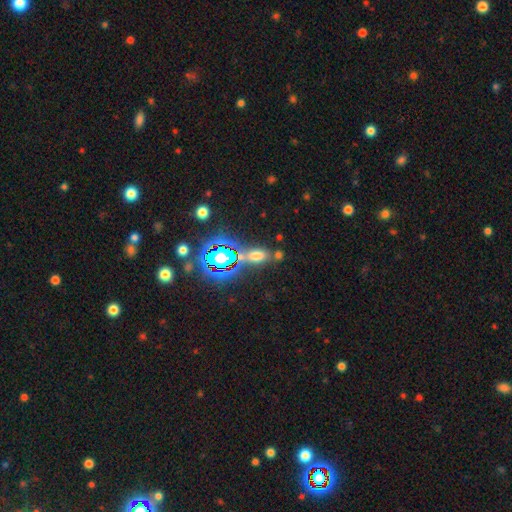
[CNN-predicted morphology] smooth 58%, star or artifact 30%, featured or disk 12%. Down the decision tree: how rounded — in between (76%); merging — none (64%).